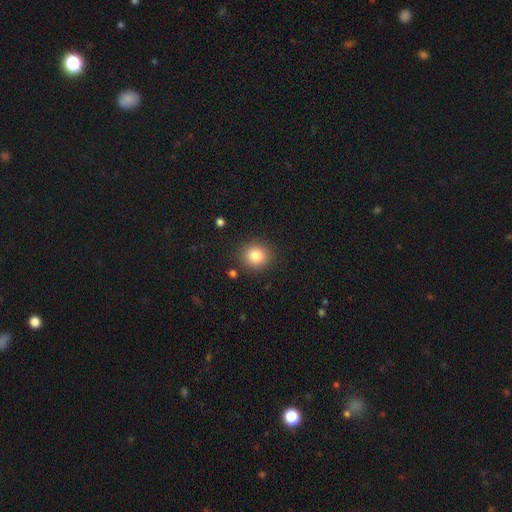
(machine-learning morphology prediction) smooth_or_featured: smooth (p=0.83) [alt: star or artifact p=0.10]
how_rounded: round (p=0.79) [alt: in between p=0.20]
merging: none (p=0.88) [alt: minor disturbance p=0.08]